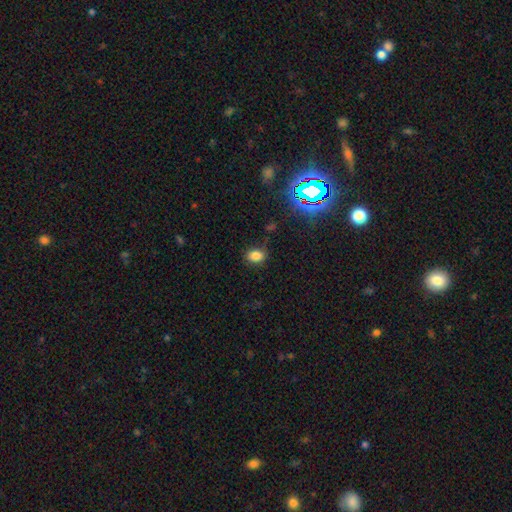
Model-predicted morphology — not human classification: Smooth or featured? smooth (80%)
How rounded? in between (70%)
Merging? none (78%)